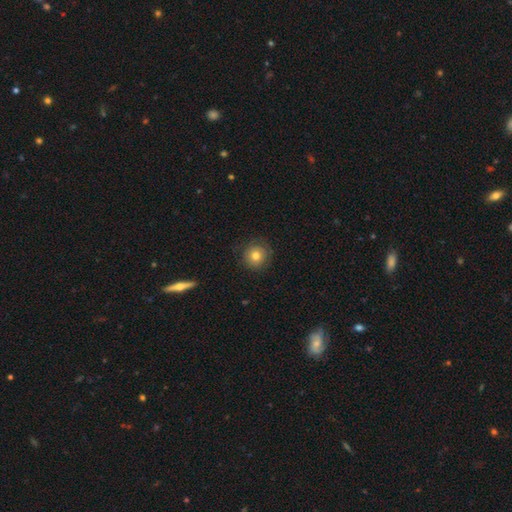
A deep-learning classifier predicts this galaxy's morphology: smooth-or-featured: smooth: 77% | featured or disk: 12% | star or artifact: 11%
  how-rounded: round: 94% | in between: 5% | cigar-shaped: 1%
  merging: none: 85% | minor disturbance: 10% | major disturbance: 3% | merger: 1%